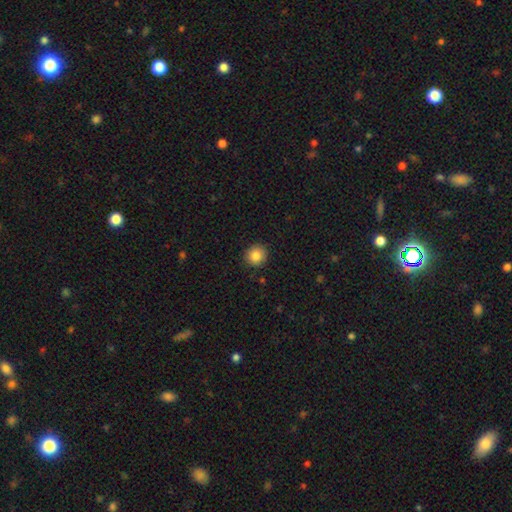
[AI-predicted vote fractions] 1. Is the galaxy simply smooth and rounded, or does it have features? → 85% smooth, 9% star or artifact, 5% featured or disk.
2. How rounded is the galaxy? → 92% round, 7% in between, 1% cigar-shaped.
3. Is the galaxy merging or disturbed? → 90% none, 7% minor disturbance, 2% major disturbance, 1% merger.